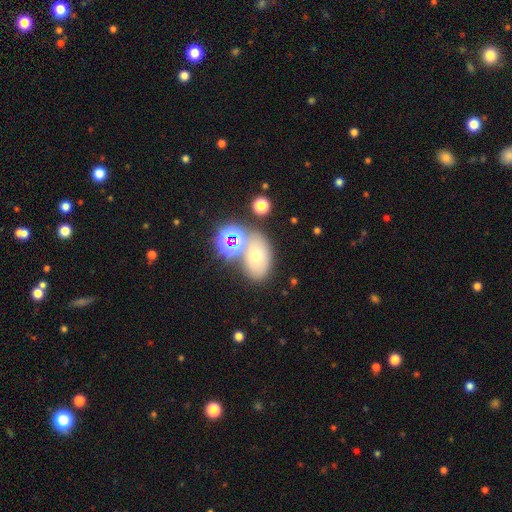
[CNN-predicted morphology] Smooth or featured: smooth — 53% (star or artifact — 27%)
How rounded: in between — 75% (round — 24%)
Merging: none — 59% (merger — 21%)